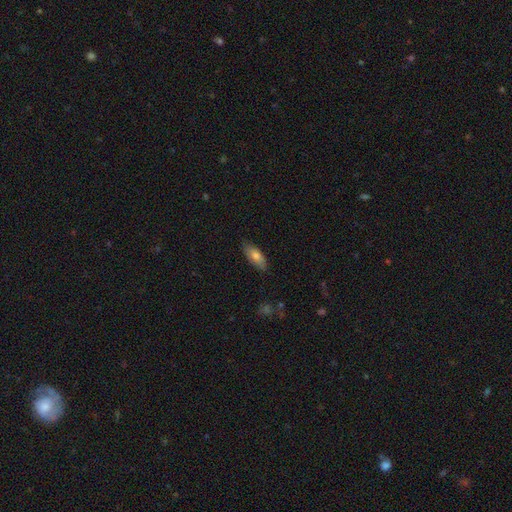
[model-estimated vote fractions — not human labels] smooth_or_featured: smooth (p=0.76) [alt: featured or disk p=0.17]
how_rounded: in between (p=0.79) [alt: cigar-shaped p=0.19]
merging: none (p=0.82) [alt: minor disturbance p=0.14]